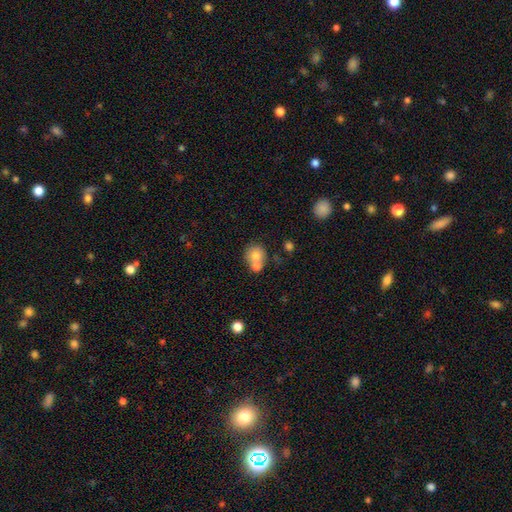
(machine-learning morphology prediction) Smooth or featured? Predicted: smooth (p=0.75). How rounded? Predicted: round (p=0.81). Merging? Predicted: none (p=0.45).